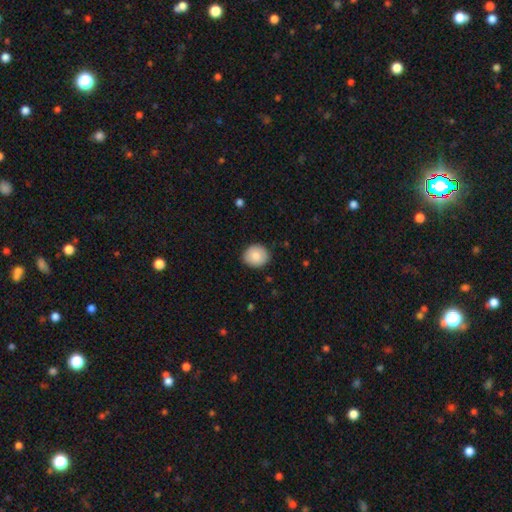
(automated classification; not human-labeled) A smooth galaxy with no disk features (86%) that is round (74%).

Vote fractions:
- Smooth or featured? smooth: 86% / featured or disk: 7% / star or artifact: 7%
- How rounded? round: 74% / in between: 25% / cigar-shaped: 1%
- Merging? none: 86% / minor disturbance: 11% / major disturbance: 2% / merger: 1%